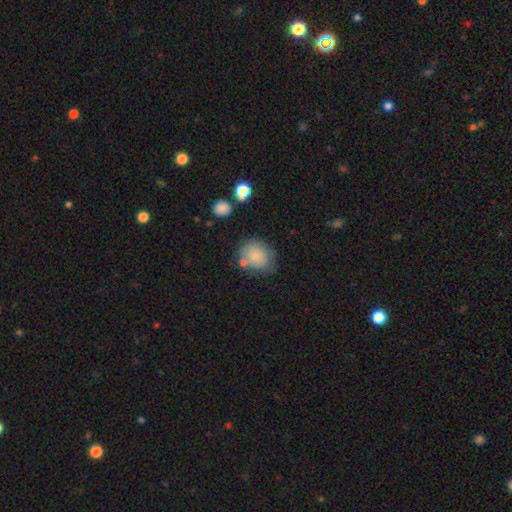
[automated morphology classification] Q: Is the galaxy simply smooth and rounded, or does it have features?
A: smooth — 80%.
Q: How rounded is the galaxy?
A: round — 67%.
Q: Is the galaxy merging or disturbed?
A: none — 58%.